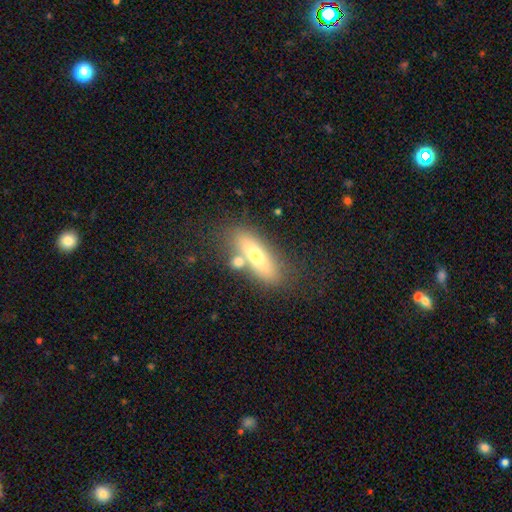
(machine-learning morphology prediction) type=smooth (60%); roundness=in between (53%); merging=none (64%).